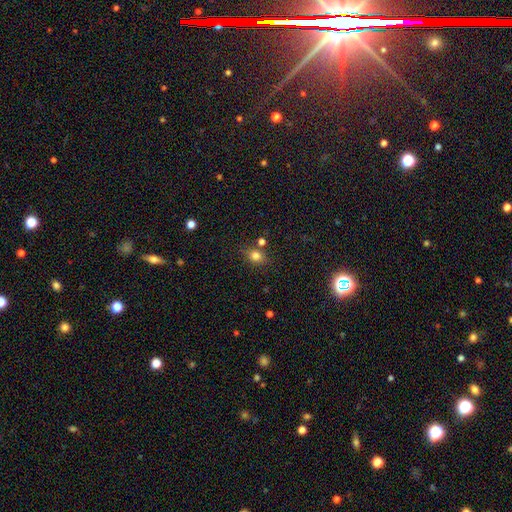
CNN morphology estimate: A smooth galaxy with no disk features (77%) that is round (57%). Merging: none (72%).